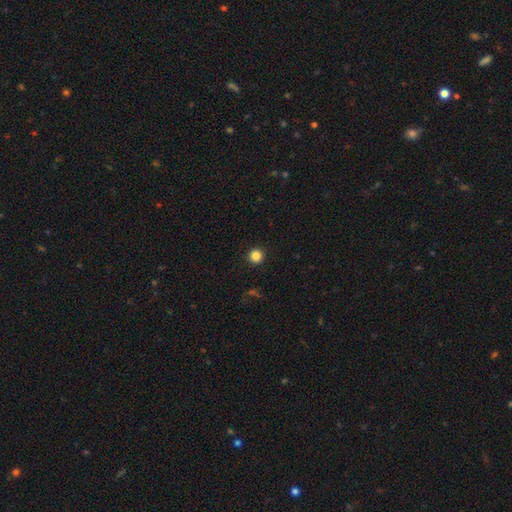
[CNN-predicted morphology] Smooth or featured: smooth — 84% (star or artifact — 12%)
How rounded: round — 96% (in between — 3%)
Merging: none — 93% (minor disturbance — 4%)